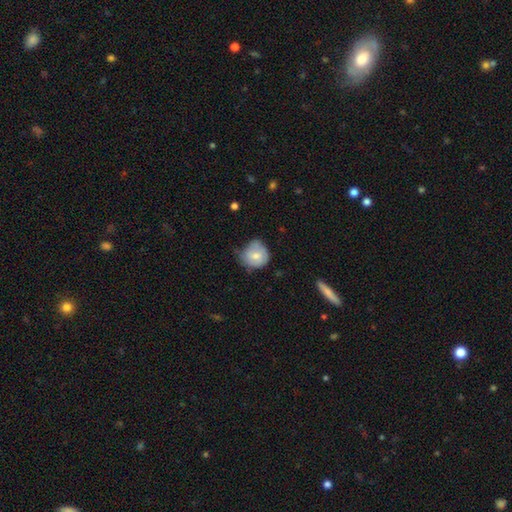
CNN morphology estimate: smooth 71%, featured or disk 22%, star or artifact 7%. Down the decision tree: how rounded — round (82%); merging — none (50%).